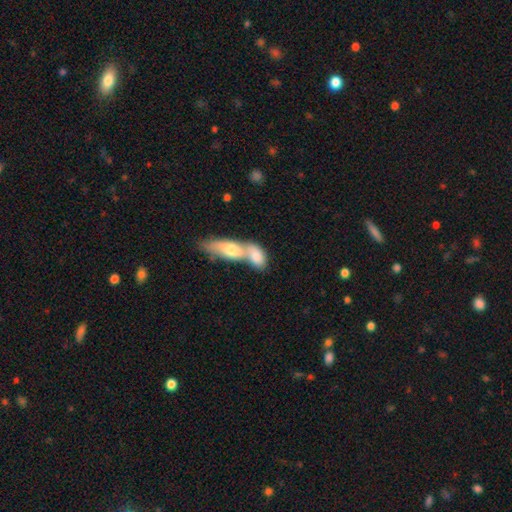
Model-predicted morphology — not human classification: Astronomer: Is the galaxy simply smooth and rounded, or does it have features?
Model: smooth — 74%.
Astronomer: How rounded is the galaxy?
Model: in between — 77%.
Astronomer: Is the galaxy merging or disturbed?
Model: merger — 73%.